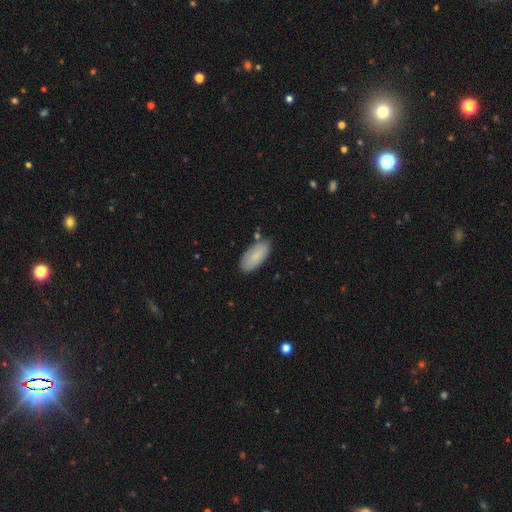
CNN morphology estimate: A smooth galaxy with no disk features (85%) that is in between round and cigar-shaped (91%). Merging: none (80%).